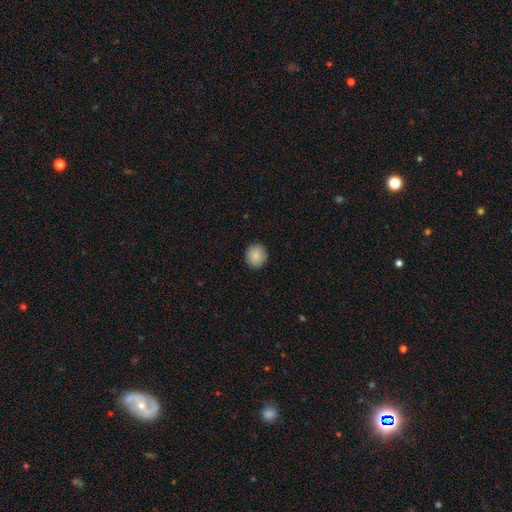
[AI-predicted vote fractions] Smooth or featured?
  - smooth: 87% *
  - star or artifact: 8%
  - featured or disk: 5%
How rounded?
  - round: 88% *
  - in between: 11%
  - cigar-shaped: 1%
Merging?
  - none: 90% *
  - minor disturbance: 7%
  - major disturbance: 2%
  - merger: 1%